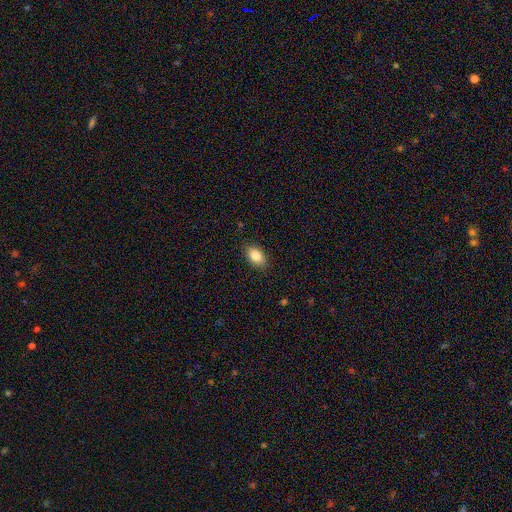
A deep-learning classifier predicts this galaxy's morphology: A smooth galaxy with no disk features (85%) that is in between round and cigar-shaped (90%). Merging: none (88%).